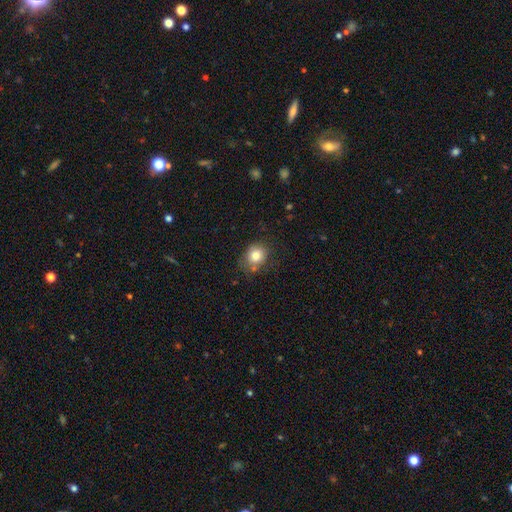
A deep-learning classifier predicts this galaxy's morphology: Q: Smooth or featured?
A: smooth (81%); runner-up: star or artifact (10%)
Q: How rounded?
A: round (72%); runner-up: in between (27%)
Q: Merging?
A: none (68%); runner-up: minor disturbance (20%)